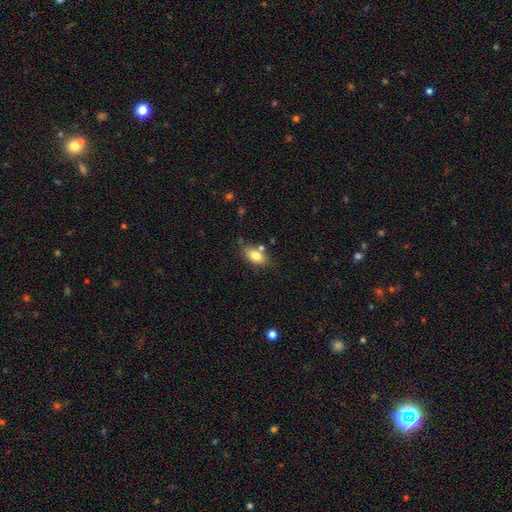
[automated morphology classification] smooth_or_featured: smooth (p=0.79) [alt: featured or disk p=0.13]
how_rounded: in between (p=0.88) [alt: round p=0.08]
merging: none (p=0.69) [alt: minor disturbance p=0.16]